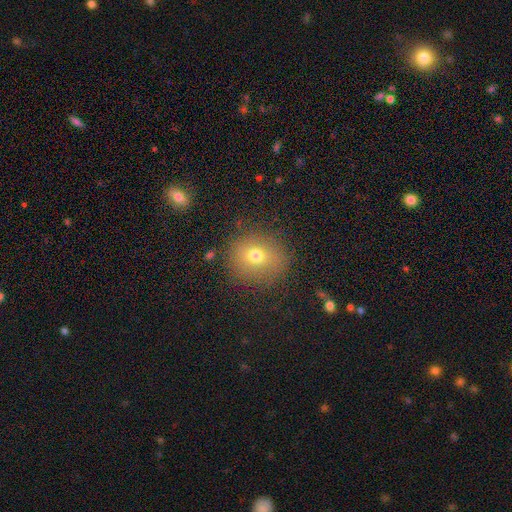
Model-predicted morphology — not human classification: This appears to be a smooth galaxy with no disk features (69%) that is round (77%). Merging: none (82%).